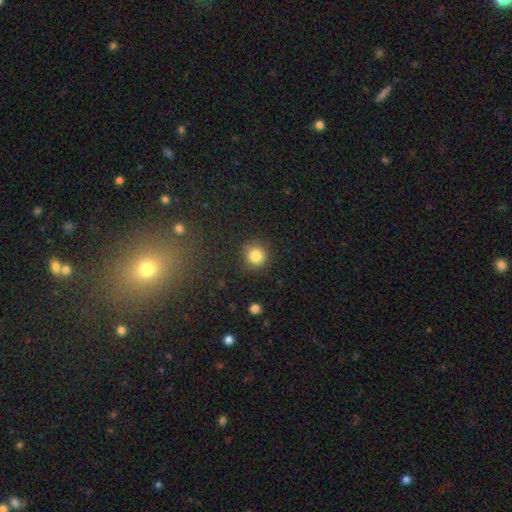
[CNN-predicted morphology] Overall: smooth (83%). How rounded: round (93%). Merging: none (86%).